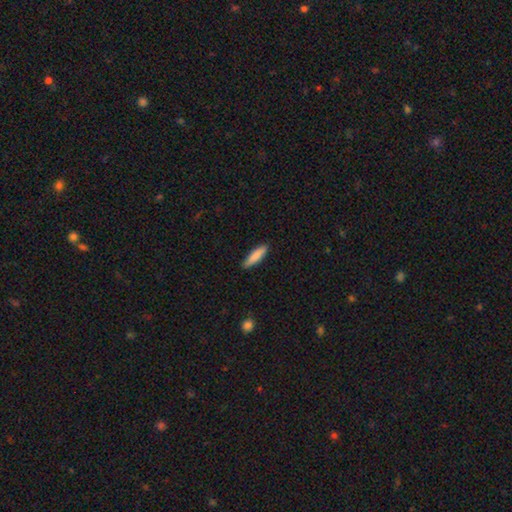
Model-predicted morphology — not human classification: smooth_or_featured: smooth (p=0.85) [alt: featured or disk p=0.10]
how_rounded: cigar-shaped (p=0.72) [alt: in between p=0.27]
merging: none (p=0.87) [alt: minor disturbance p=0.10]